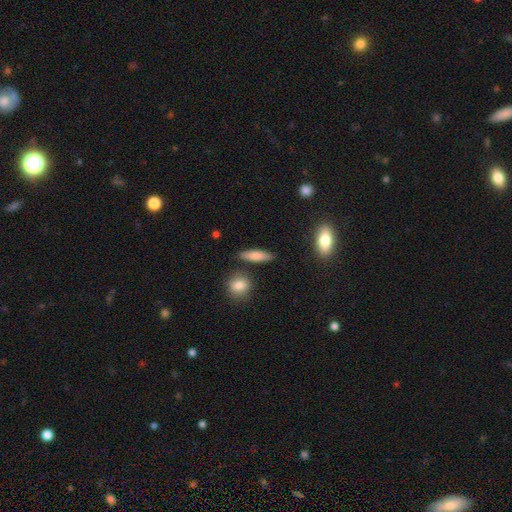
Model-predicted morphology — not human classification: smooth_or_featured: smooth (p=0.78) [alt: featured or disk p=0.15]
how_rounded: cigar-shaped (p=0.59) [alt: in between p=0.37]
merging: none (p=0.83) [alt: minor disturbance p=0.11]